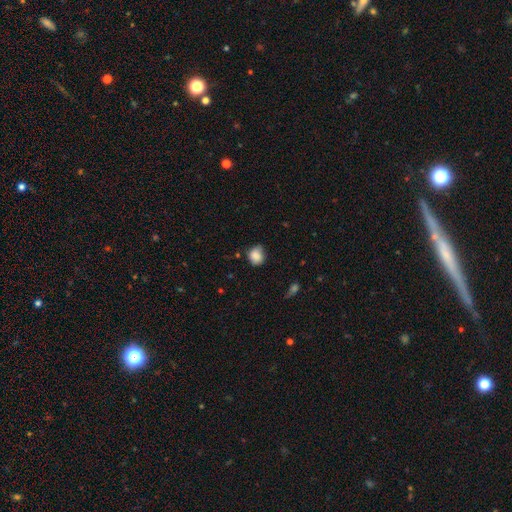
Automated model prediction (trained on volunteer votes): This is clearly a smooth galaxy (85%). How rounded: likely round (72%). Merging: possibly none (60%).